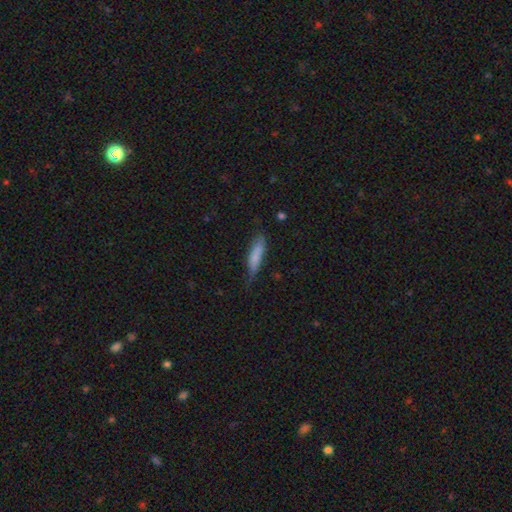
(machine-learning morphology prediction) The model was most divided on "merging": none: 58%, minor disturbance: 32%, major disturbance: 7%, merger: 2%. More confident: smooth or featured — smooth (77%); how rounded — cigar-shaped (72%).